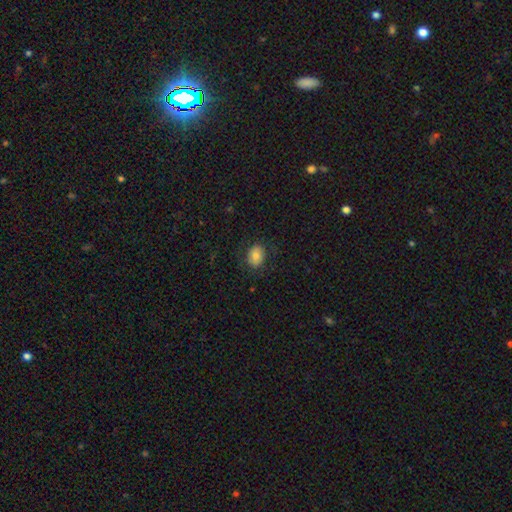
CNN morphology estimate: The model was most divided on "how rounded": in between: 57%, round: 42%, cigar-shaped: 1%. More confident: merging — none (80%); smooth or featured — smooth (79%).